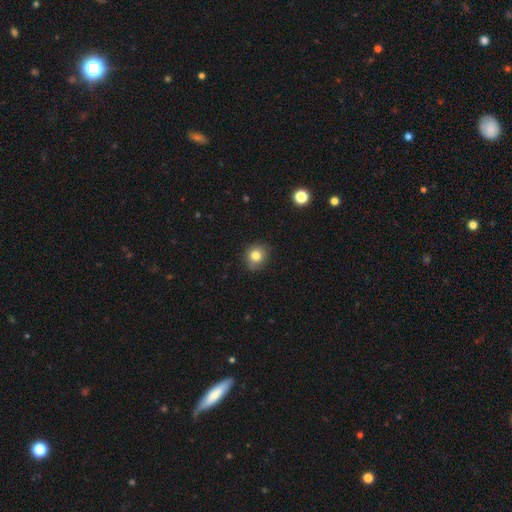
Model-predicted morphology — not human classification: Smooth or featured: smooth — 82% (star or artifact — 11%)
How rounded: round — 82% (in between — 17%)
Merging: none — 83% (minor disturbance — 14%)